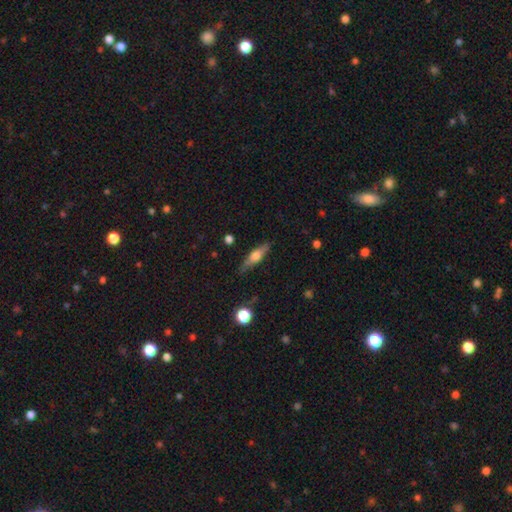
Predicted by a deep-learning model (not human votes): Smooth or featured? featured or disk (49%)
Merging? none (83%)